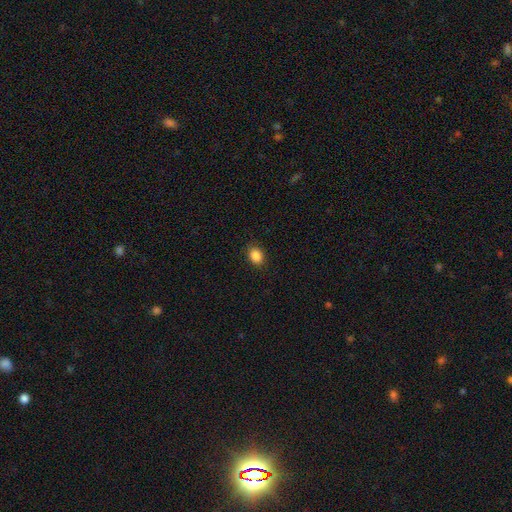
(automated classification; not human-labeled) Smooth or featured? smooth (87%)
How rounded? in between (62%)
Merging? none (87%)